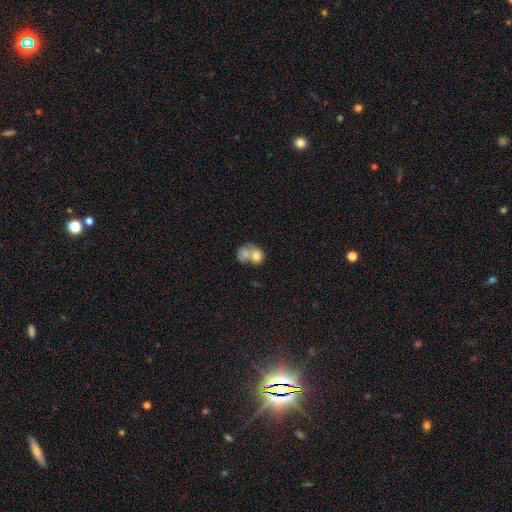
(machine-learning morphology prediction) This is likely a smooth galaxy (66%). How rounded: possibly round (57%). Merging: likely merger (62%).